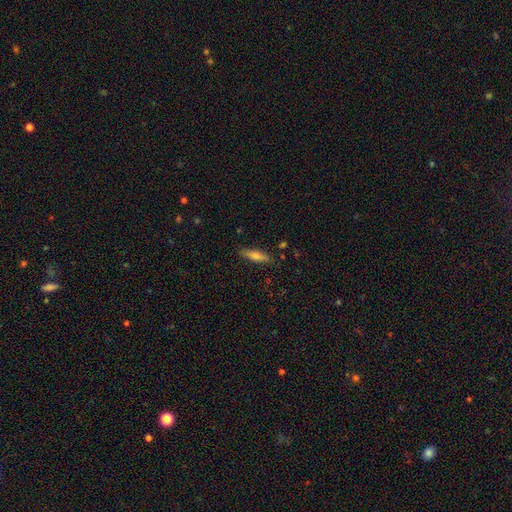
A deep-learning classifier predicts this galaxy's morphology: smooth_or_featured: smooth (p=0.57) [alt: featured or disk p=0.35]
how_rounded: cigar-shaped (p=0.75) [alt: in between p=0.23]
merging: none (p=0.86) [alt: minor disturbance p=0.10]